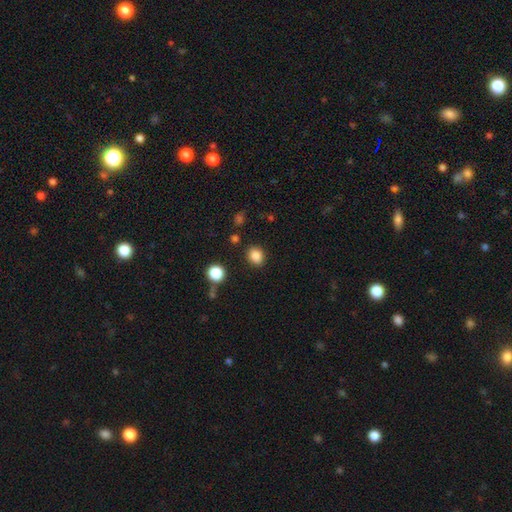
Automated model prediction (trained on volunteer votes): Smooth or featured? Predicted: smooth (p=0.85). How rounded? Predicted: round (p=0.59). Merging? Predicted: none (p=0.85).